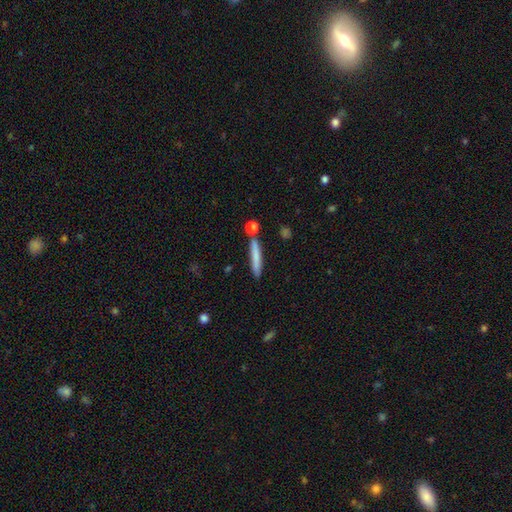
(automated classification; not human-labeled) This is likely a smooth galaxy (74%). How rounded: clearly cigar-shaped (93%). Merging: likely none (79%).